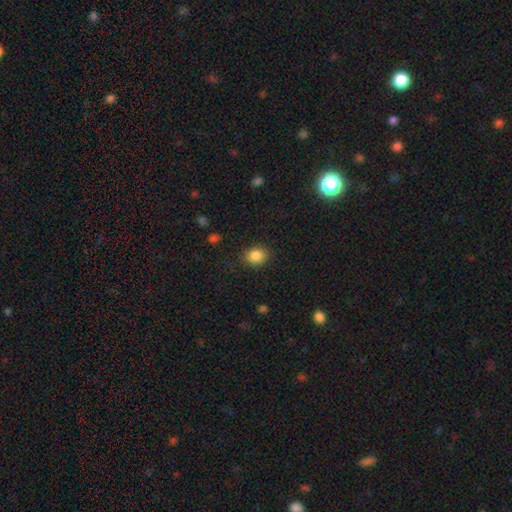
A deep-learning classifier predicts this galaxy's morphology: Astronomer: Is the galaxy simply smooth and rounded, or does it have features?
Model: smooth — 86%.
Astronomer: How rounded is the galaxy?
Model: round — 52% (runner-up: in between, 47%).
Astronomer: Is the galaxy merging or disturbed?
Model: none — 84%.